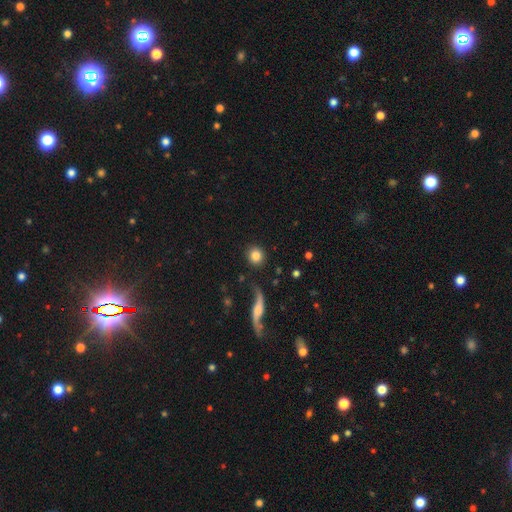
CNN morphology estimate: smooth_or_featured: smooth (p=0.82) [alt: featured or disk p=0.10]
how_rounded: round (p=0.90) [alt: in between p=0.08]
merging: none (p=0.87) [alt: minor disturbance p=0.06]